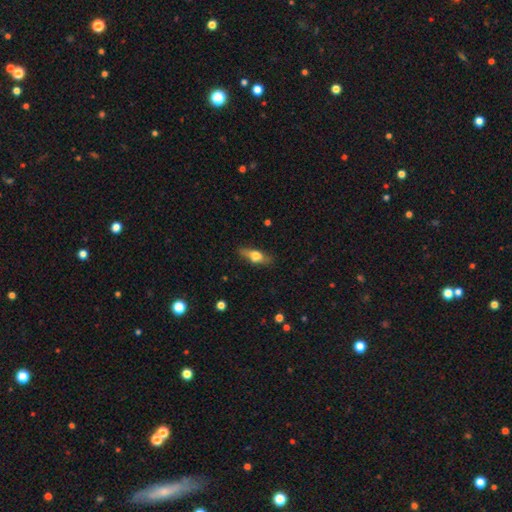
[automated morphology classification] Q: Smooth or featured?
A: smooth (52%); runner-up: featured or disk (41%)
Q: How rounded?
A: in between (51%); runner-up: cigar-shaped (43%)
Q: Merging?
A: none (75%); runner-up: minor disturbance (18%)